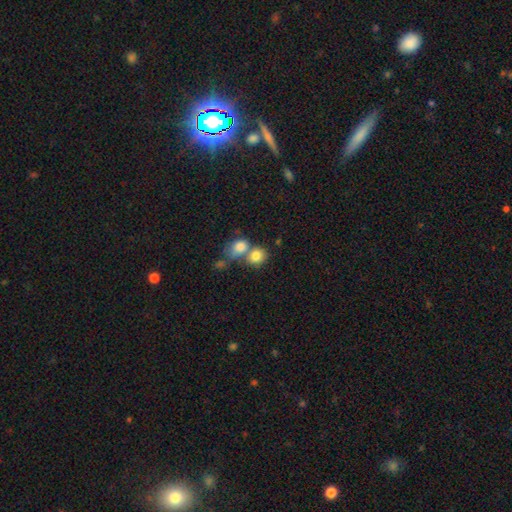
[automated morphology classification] A smooth galaxy with no disk features (81%) that is round (71%).

Vote fractions:
- Smooth or featured? smooth: 81% / featured or disk: 10% / star or artifact: 10%
- How rounded? round: 71% / in between: 28% / cigar-shaped: 1%
- Merging? merger: 52% / none: 37% / minor disturbance: 8% / major disturbance: 3%